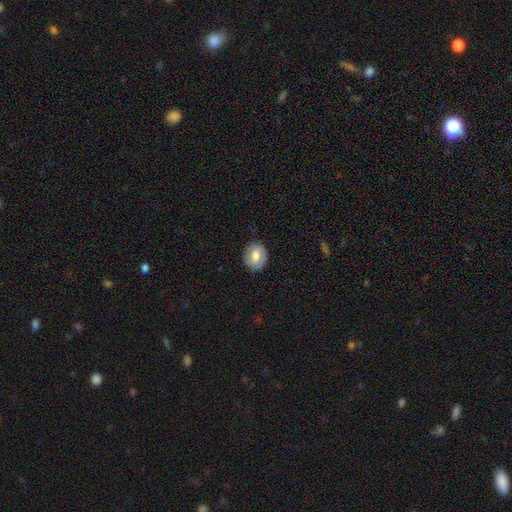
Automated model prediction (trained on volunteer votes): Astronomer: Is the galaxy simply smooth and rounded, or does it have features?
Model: smooth — 63%.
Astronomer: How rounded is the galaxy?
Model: in between — 52% (runner-up: round, 46%).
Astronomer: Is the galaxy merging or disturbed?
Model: none — 82%.